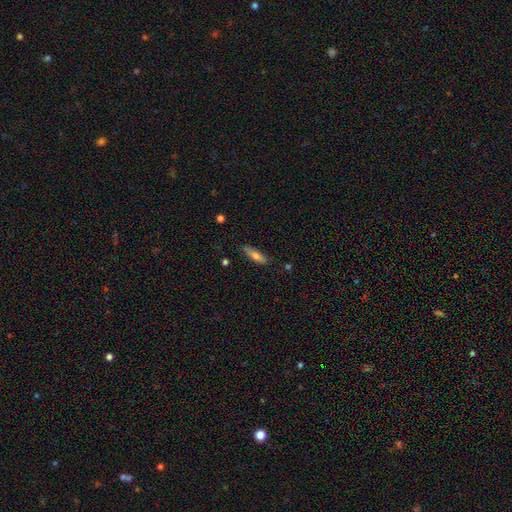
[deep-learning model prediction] Morphology: type=smooth (68%); roundness=cigar-shaped (64%); merging=none (83%).